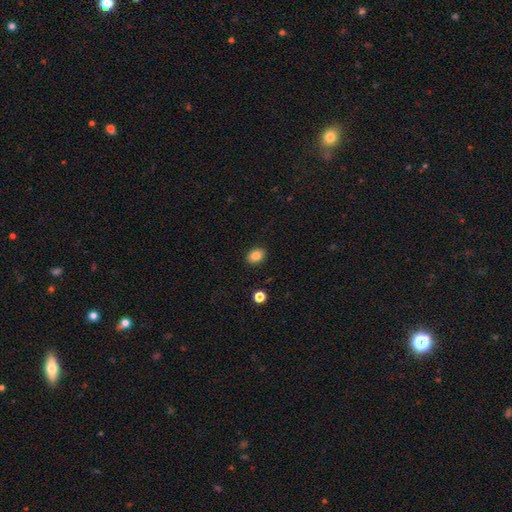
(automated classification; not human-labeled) Overall: smooth (84%). How rounded: in between (67%; round 32%). Merging: none (89%).